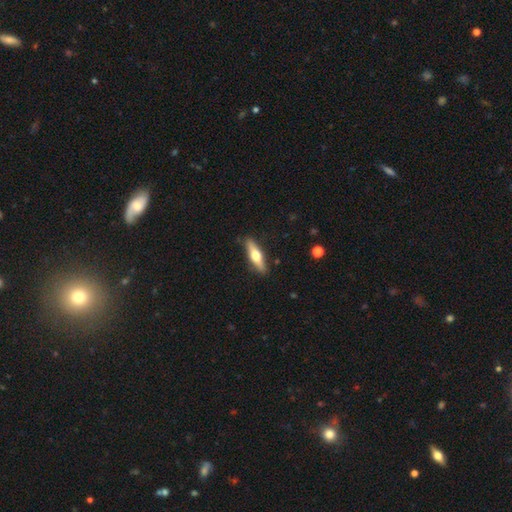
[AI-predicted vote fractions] Q: Smooth or featured?
A: featured or disk (48%); runner-up: smooth (47%)
Q: Merging?
A: none (88%); runner-up: minor disturbance (9%)